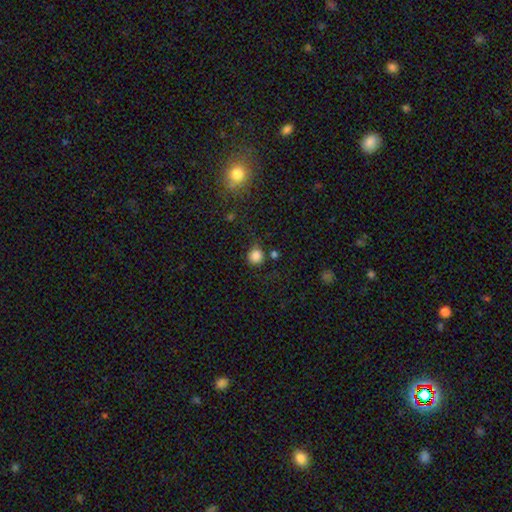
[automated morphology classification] A smooth galaxy with no disk features (83%) that is round (93%).

Vote fractions:
- Smooth or featured? smooth: 83% / star or artifact: 13% / featured or disk: 4%
- How rounded? round: 93% / in between: 7% / cigar-shaped: 1%
- Merging? none: 76% / minor disturbance: 13% / merger: 6% / major disturbance: 5%